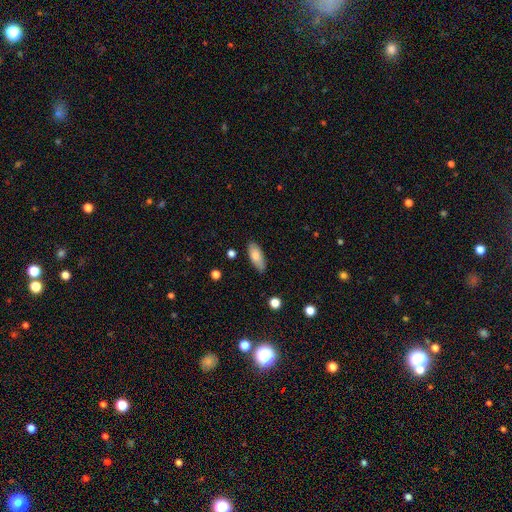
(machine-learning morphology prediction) The model was most divided on "how rounded": in between: 80%, cigar-shaped: 18%, round: 2%. More confident: smooth or featured — smooth (82%); merging — none (79%).